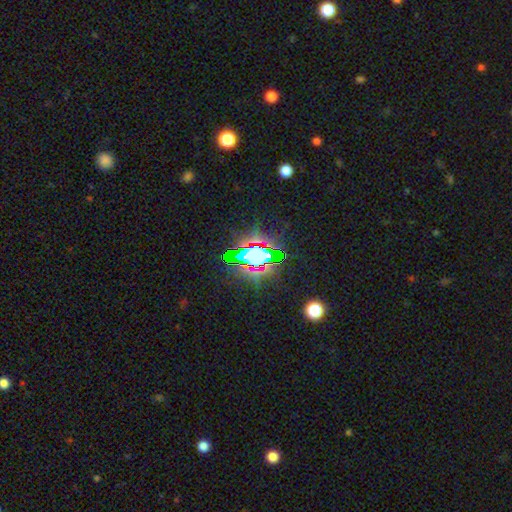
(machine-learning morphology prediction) star or artifact 69%, smooth 17%, featured or disk 14%.